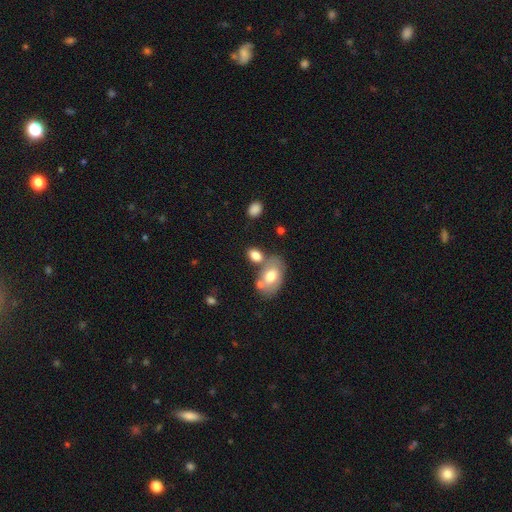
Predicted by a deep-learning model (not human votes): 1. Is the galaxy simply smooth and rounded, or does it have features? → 75% smooth, 17% featured or disk, 9% star or artifact.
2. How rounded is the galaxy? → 86% in between, 12% round, 2% cigar-shaped.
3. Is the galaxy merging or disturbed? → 50% none, 30% merger, 15% minor disturbance, 6% major disturbance.